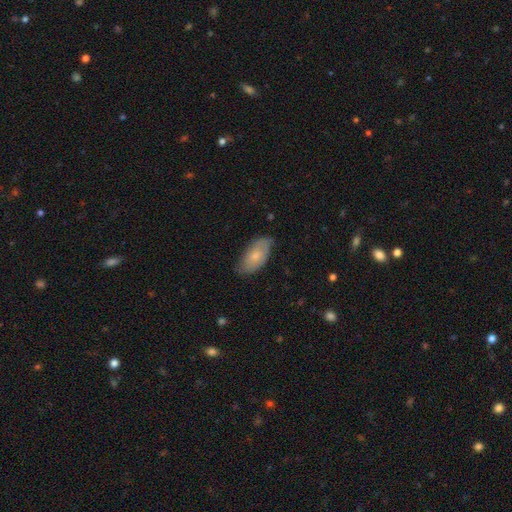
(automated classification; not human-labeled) A smooth galaxy with no disk features (64%) that is in between round and cigar-shaped (92%). Merging: none (70%).